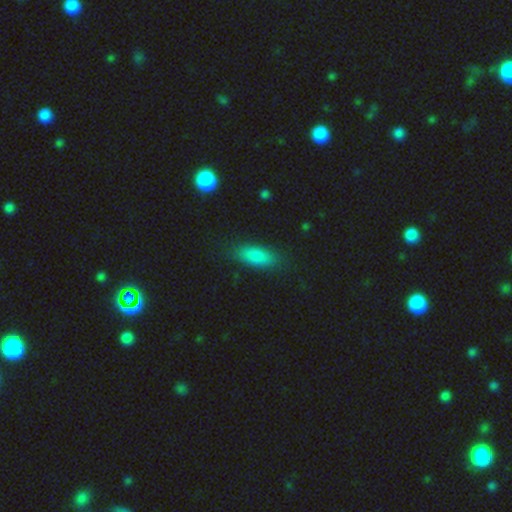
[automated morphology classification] smooth 85%, star or artifact 8%, featured or disk 7%. Down the decision tree: how rounded — in between (71%); merging — none (83%).